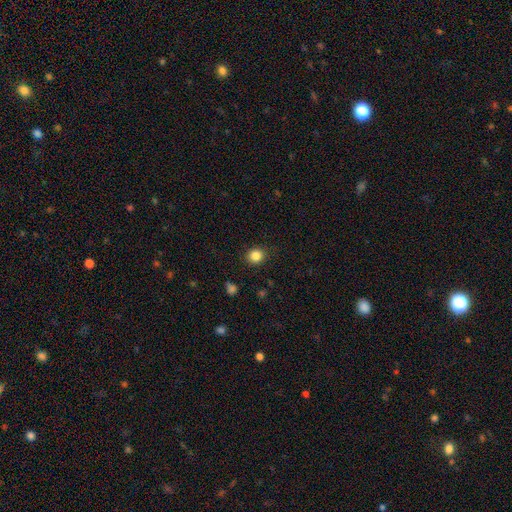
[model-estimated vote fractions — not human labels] The model was most divided on "how rounded": round: 82%, in between: 17%, cigar-shaped: 1%. More confident: merging — none (88%); smooth or featured — smooth (85%).